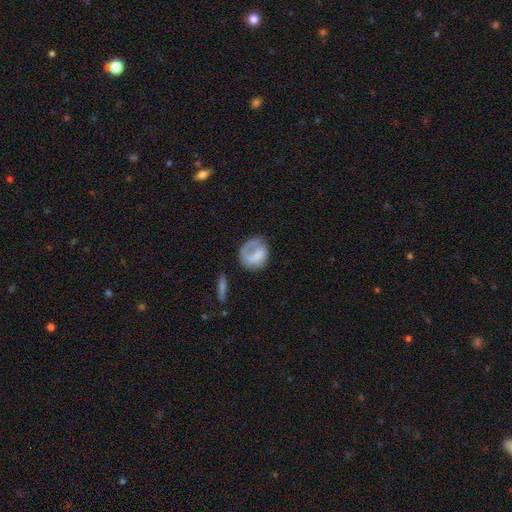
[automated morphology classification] Smooth or featured? smooth (60%)
How rounded? round (68%)
Merging? none (46%)